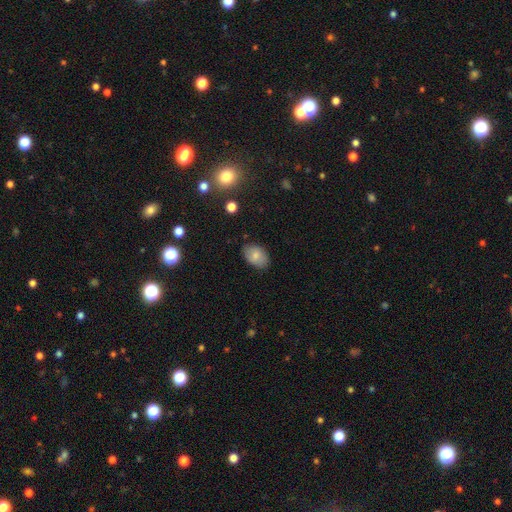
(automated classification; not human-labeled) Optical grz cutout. It shows a smooth galaxy with no disk features (77%) that is in between round and cigar-shaped (87%). Merging: none (81%).